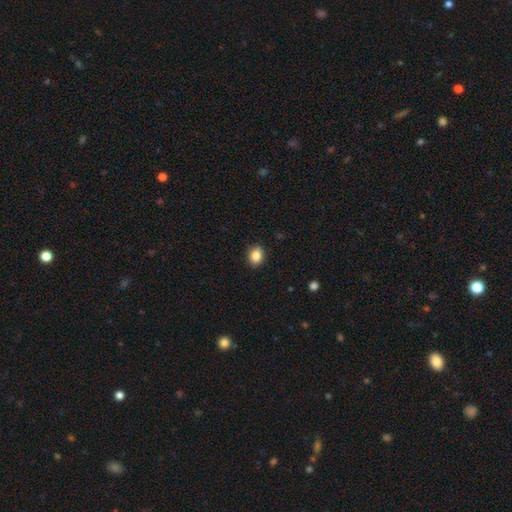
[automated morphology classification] Smooth or featured? Predicted: smooth (p=0.84). How rounded? Predicted: in between (p=0.62). Merging? Predicted: none (p=0.89).